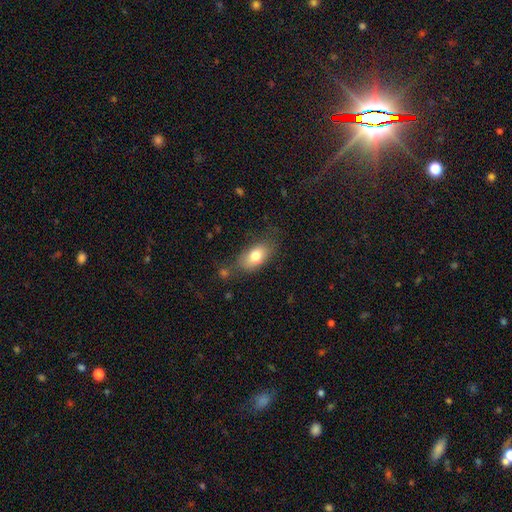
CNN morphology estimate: The model was most divided on "merging": none: 69%, minor disturbance: 20%, major disturbance: 6%, merger: 5%. More confident: how rounded — in between (89%); smooth or featured — smooth (78%).